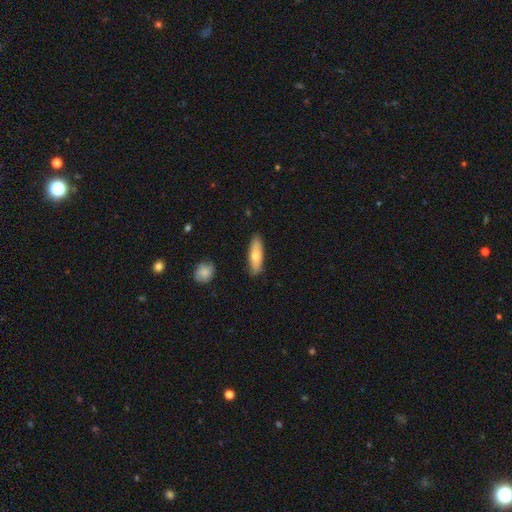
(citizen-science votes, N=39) A smooth galaxy with no disk features (77%) that is cigar-shaped (67%).

Vote fractions:
- Smooth or featured? smooth: 77% / featured or disk: 18% / star or artifact: 5%
- How rounded? cigar-shaped: 67% / in between: 33% / round: 0%
- Merging? none: 84% / major disturbance: 11% / minor disturbance: 3% / merger: 3%